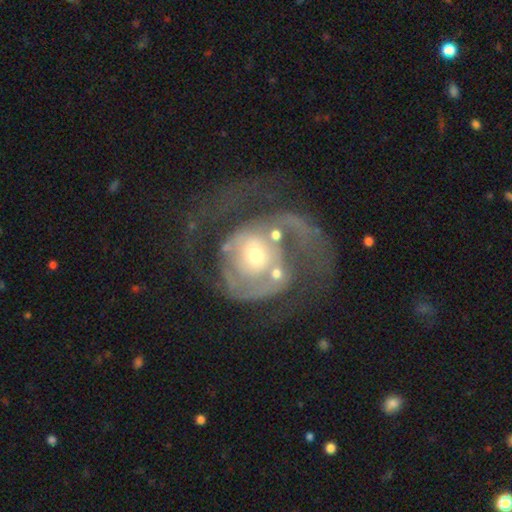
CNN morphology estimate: smooth-or-featured: featured or disk: 76% | smooth: 17% | star or artifact: 7%
  disk-edge-on: no: 97% | yes: 3%
    bar: no: 77% | weak: 18% | strong: 5%
    has-spiral-arms: yes: 71% | no: 29%
      spiral-winding: medium: 35% | tight: 33% | loose: 32%
      spiral-arm-count: 2: 38% | 1: 26% | can't tell: 23% | 3: 6% | 4: 3% | more than 4: 3%
    bulge-size: small: 47% | moderate: 43% | large: 6% | none: 2% | dominant: 2%
  merging: major disturbance: 48% | none: 26% | merger: 13% | minor disturbance: 13%